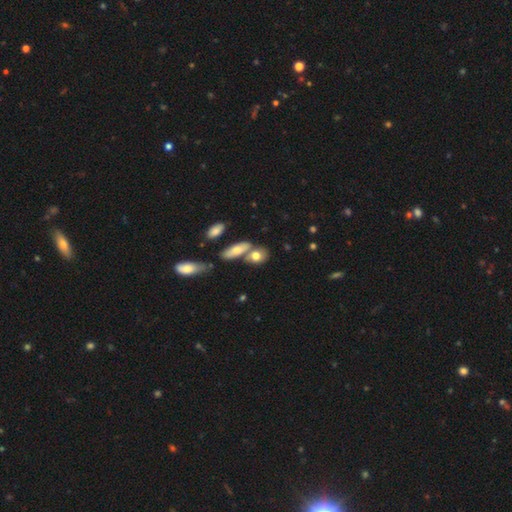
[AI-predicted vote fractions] Morphology: type=smooth (72%); roundness=in between (58%); merging=none (49%).